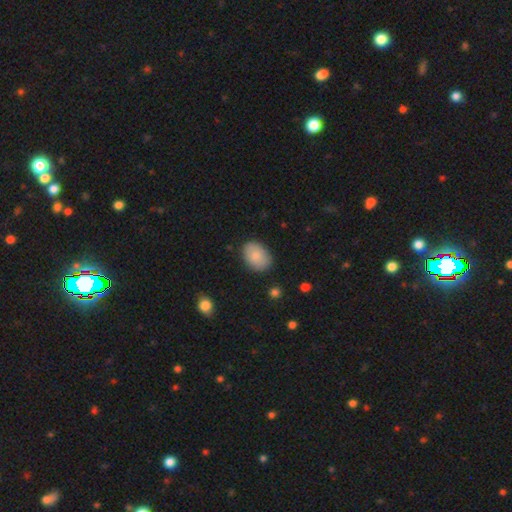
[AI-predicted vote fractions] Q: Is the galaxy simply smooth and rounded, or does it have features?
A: smooth — 82%.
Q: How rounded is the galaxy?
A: in between — 81%.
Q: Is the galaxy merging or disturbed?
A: none — 83%.